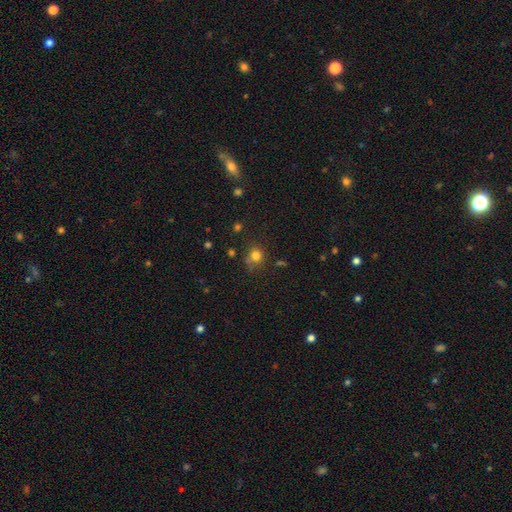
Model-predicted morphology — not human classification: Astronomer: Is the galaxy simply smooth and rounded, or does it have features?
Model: smooth — 77%.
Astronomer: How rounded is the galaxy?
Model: round — 81%.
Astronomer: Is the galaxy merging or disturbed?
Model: none — 68%.